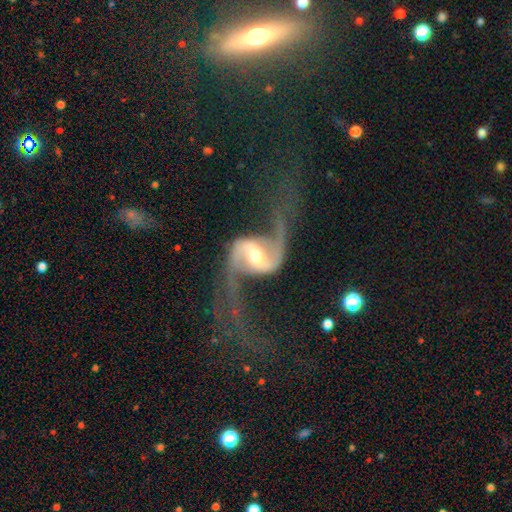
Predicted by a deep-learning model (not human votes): Smooth or featured?
  - featured or disk: 92% *
  - star or artifact: 4%
  - smooth: 4%
Edge-on disk?
  - no: 97% *
  - yes: 3%
Bar?
  - weak: 41% * (tied)
  - strong: 41% * (tied)
  - no: 18%
Spiral arms?
  - yes: 97% *
  - no: 3%
Spiral winding?
  - loose: 82% *
  - medium: 14%
  - tight: 4%
Spiral arm count?
  - 2: 94% *
  - 1: 1%
  - can't tell: 1%
  - 3: 1%
  - 4: 1%
  - more than 4: 1%
Bulge size?
  - moderate: 64% *
  - small: 23%
  - large: 9%
  - none: 2%
  - dominant: 2%
Merging?
  - none: 60% *
  - major disturbance: 23%
  - minor disturbance: 14%
  - merger: 4%